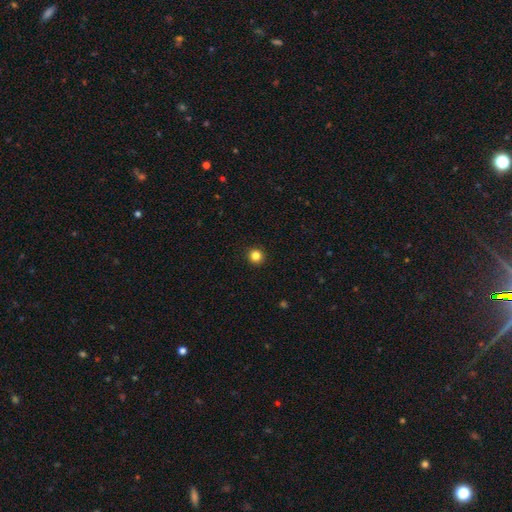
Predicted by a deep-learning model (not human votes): Overall: smooth (83%). How rounded: round (95%). Merging: none (93%).